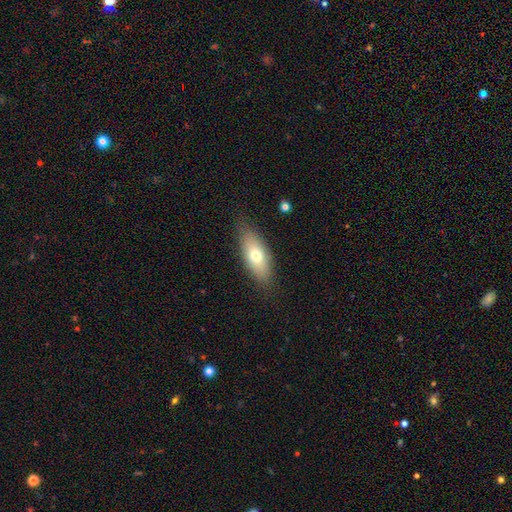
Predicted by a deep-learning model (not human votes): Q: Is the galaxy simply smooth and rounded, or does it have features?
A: smooth — 69%.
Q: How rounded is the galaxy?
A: in between — 78%.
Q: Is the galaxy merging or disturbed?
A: none — 81%.